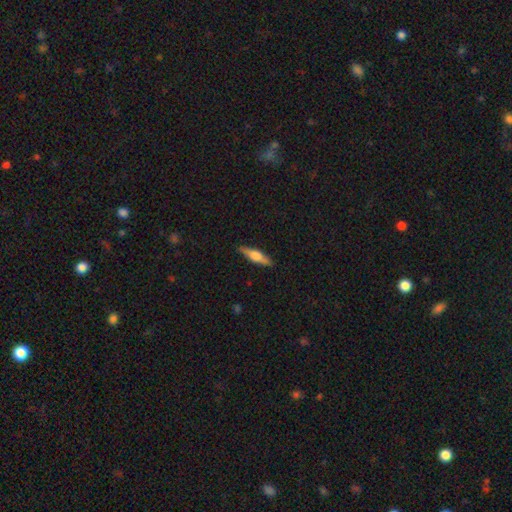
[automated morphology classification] This is possibly a featured or disk galaxy (51%). It is clearly viewed edge-on (94%). Merging: clearly none (89%).